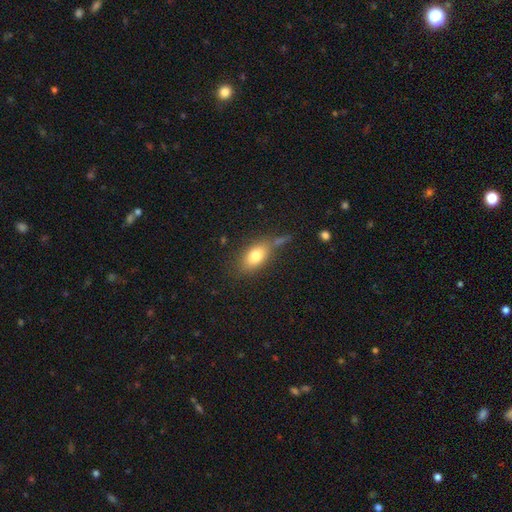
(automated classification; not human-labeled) Morphology: type=smooth (79%); roundness=in between (87%); merging=none (62%).